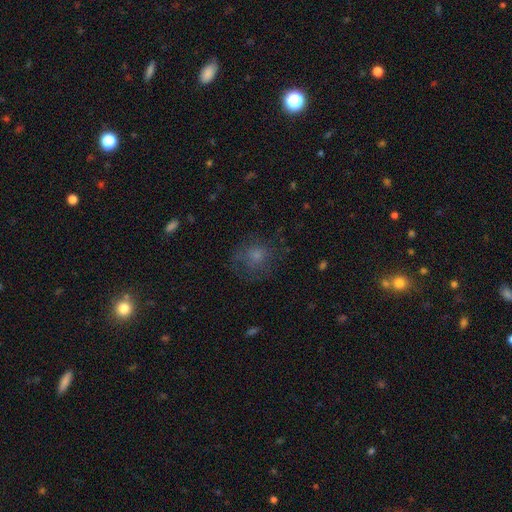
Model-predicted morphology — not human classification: type=smooth (65%); roundness=round (78%); merging=none (64%).